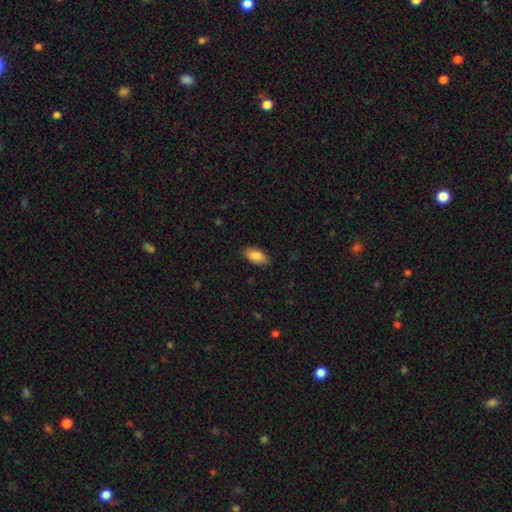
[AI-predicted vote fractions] Smooth or featured? Predicted: smooth (p=0.87). How rounded? Predicted: in between (p=0.93). Merging? Predicted: none (p=0.87).